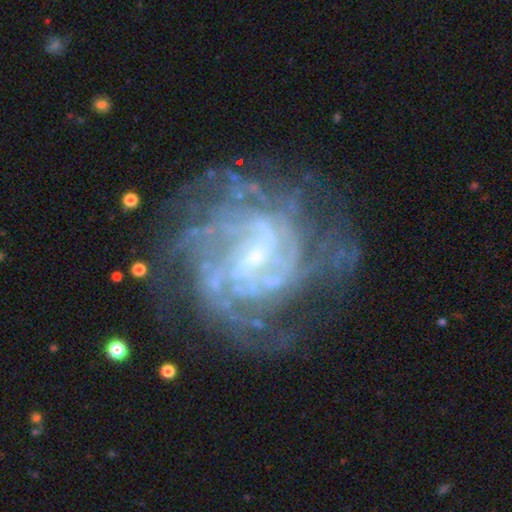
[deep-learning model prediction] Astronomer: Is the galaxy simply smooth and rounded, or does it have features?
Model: featured or disk — 88%.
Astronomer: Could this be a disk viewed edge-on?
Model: no — 98%.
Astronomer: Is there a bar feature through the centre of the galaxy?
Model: weak — 55%.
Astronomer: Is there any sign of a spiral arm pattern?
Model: yes — 93%.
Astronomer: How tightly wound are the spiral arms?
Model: tight — 61%.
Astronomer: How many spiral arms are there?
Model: can't tell — 38% (runner-up: 4, 19%).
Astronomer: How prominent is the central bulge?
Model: small — 72%.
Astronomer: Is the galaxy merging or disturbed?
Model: none — 67%.